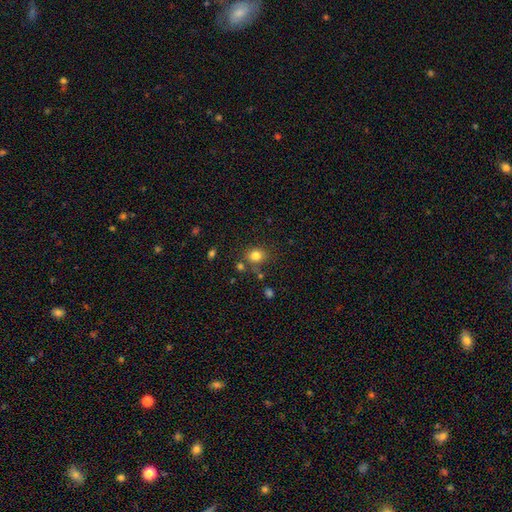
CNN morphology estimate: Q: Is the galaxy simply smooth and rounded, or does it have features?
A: smooth — 81%.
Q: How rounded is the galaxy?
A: round — 69%.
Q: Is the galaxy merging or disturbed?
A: none — 74%.